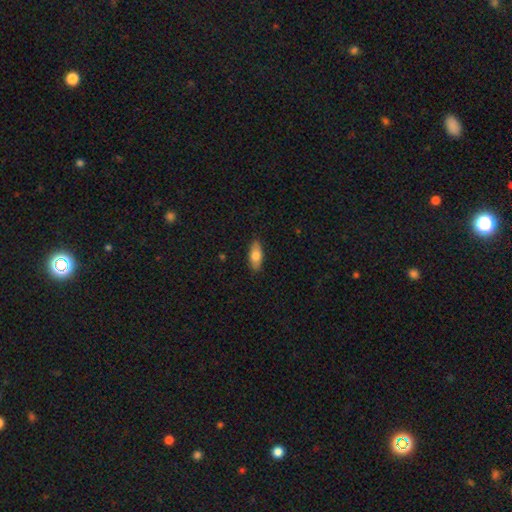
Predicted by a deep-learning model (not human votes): Morphology: type=smooth (76%); roundness=in between (83%); merging=none (87%).